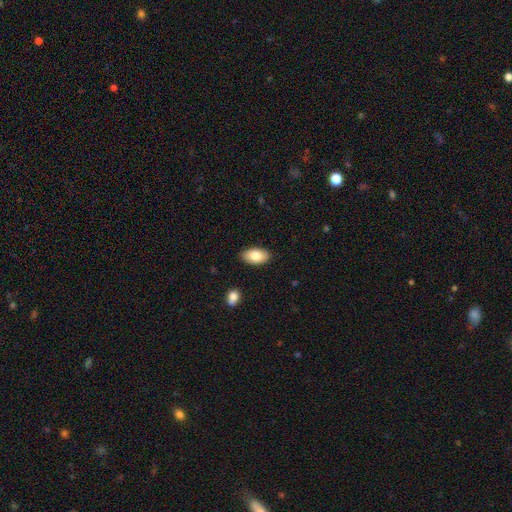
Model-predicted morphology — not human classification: smooth 82%, featured or disk 12%, star or artifact 7%. Down the decision tree: how rounded — in between (94%); merging — none (87%).